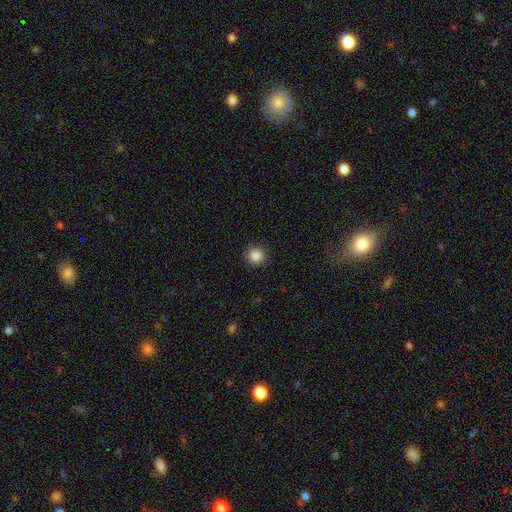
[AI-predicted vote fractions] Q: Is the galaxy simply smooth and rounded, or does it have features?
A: smooth — 87%.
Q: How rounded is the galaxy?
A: round — 93%.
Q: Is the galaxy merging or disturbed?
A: none — 91%.